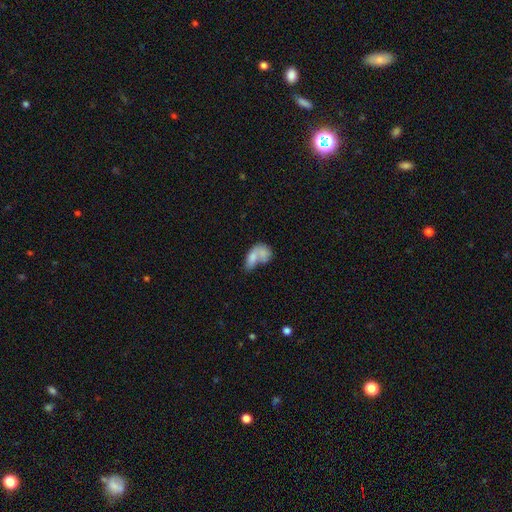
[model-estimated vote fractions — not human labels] A smooth galaxy with no disk features (71%) that is in between round and cigar-shaped (82%). Merging: merger (63%).